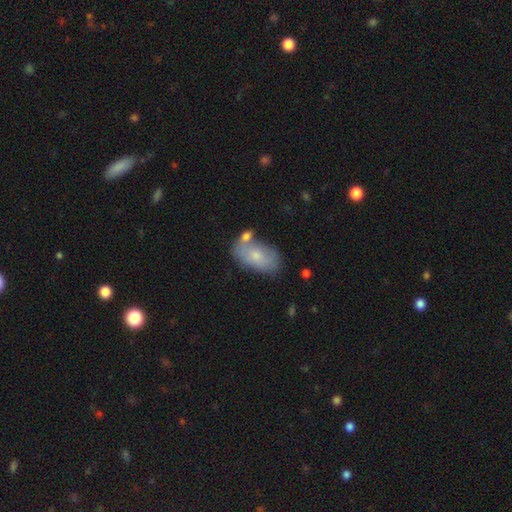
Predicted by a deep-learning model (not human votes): Q: Smooth or featured?
A: smooth (69%); runner-up: featured or disk (25%)
Q: How rounded?
A: in between (92%); runner-up: round (6%)
Q: Merging?
A: none (54%); runner-up: minor disturbance (21%)